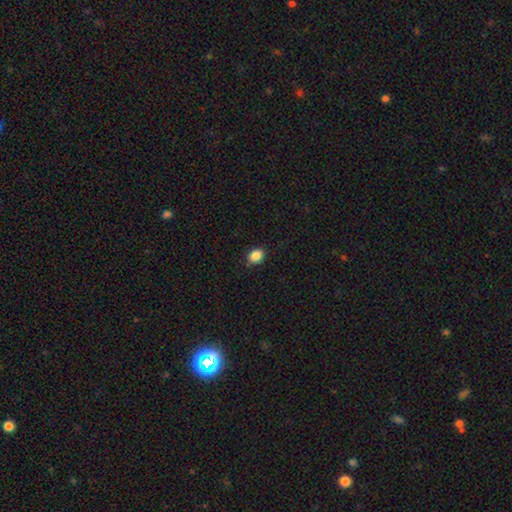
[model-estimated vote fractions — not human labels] This appears to be a smooth galaxy with no disk features (87%) that is in between round and cigar-shaped (52%). Merging: none (85%).